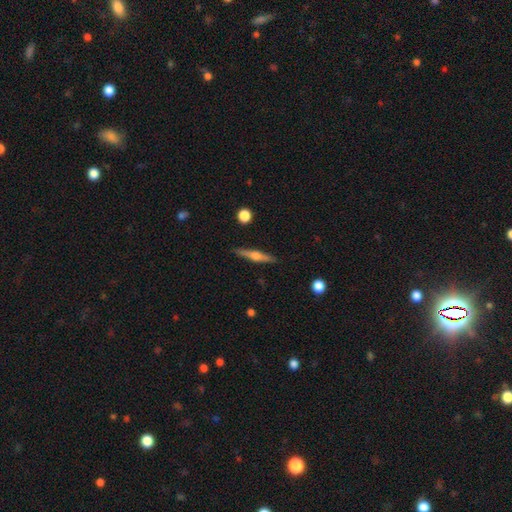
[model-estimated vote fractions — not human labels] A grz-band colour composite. It shows a featured or disk galaxy (64%) viewed edge-on (97%) with a rounded central bulge (92%). Merging: none (89%).